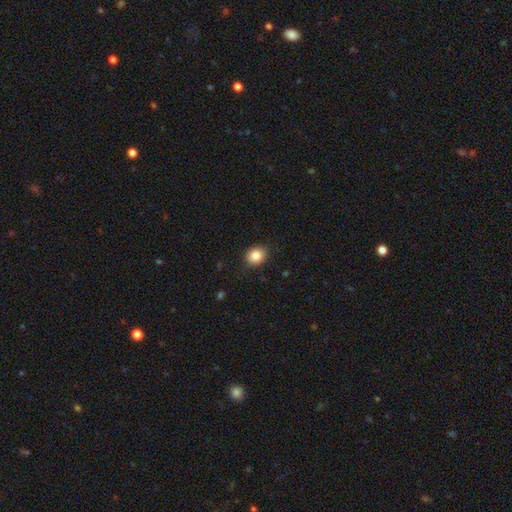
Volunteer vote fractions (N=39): This appears to be a smooth galaxy with no disk features (92%) that is round (75%). Merging: none (86%).